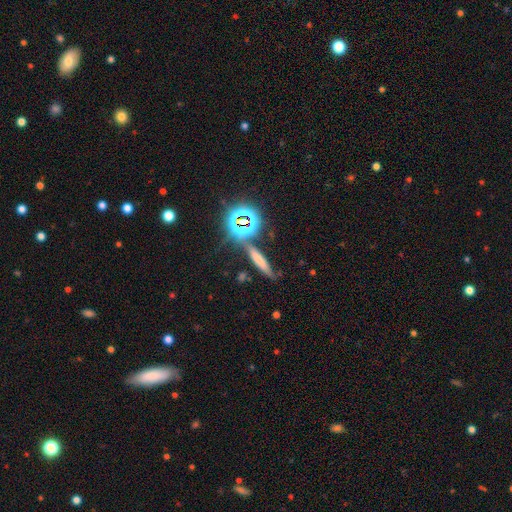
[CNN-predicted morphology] type=star or artifact (44%).